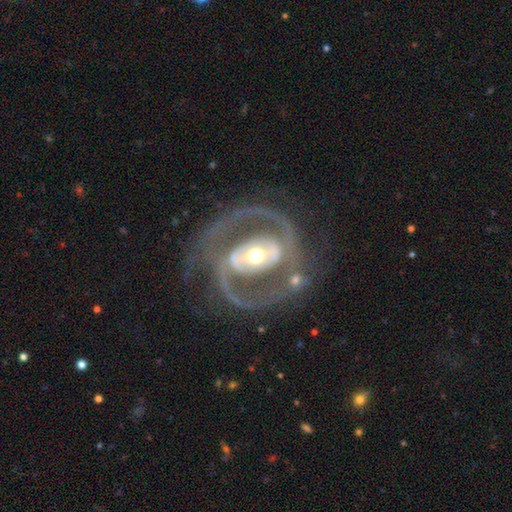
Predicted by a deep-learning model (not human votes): A featured or disk galaxy (89%) with a strong bar (42%), 2 (84%) medium (51%) spiral arms (88%) and a moderate central bulge (62%).

Vote fractions:
- Smooth or featured? featured or disk: 89% / smooth: 7% / star or artifact: 5%
- Edge-on disk? no: 97% / yes: 3%
- Bar? strong: 42% / weak: 31% / no: 28%
- Spiral arms? yes: 88% / no: 12%
- Spiral winding? medium: 51% / tight: 30% / loose: 19%
- Spiral arm count? 2: 84% / can't tell: 6% / 3: 4% / 1: 3% / 4: 2% / more than 4: 2%
- Bulge size? moderate: 62% / small: 26% / large: 10% / dominant: 1% / none: 1%
- Merging? none: 64% / major disturbance: 17% / minor disturbance: 16% / merger: 4%